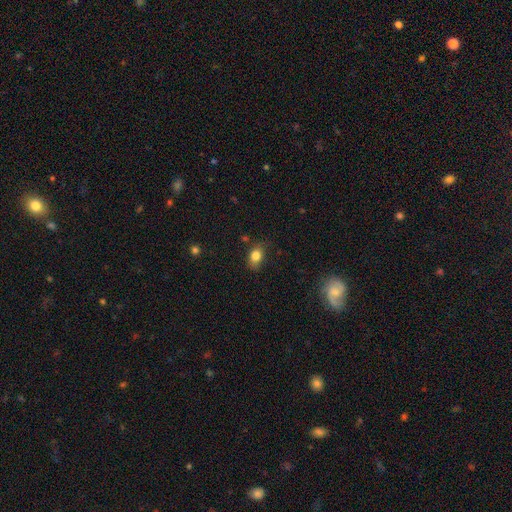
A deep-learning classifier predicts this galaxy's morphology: The model was most divided on "how rounded": in between: 73%, round: 26%, cigar-shaped: 2%. More confident: smooth or featured — smooth (82%); merging — none (73%).